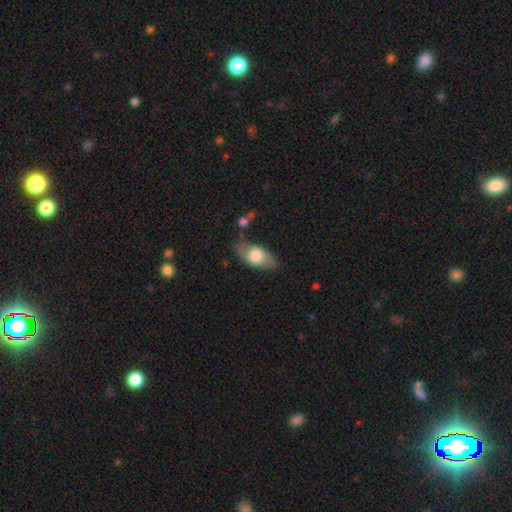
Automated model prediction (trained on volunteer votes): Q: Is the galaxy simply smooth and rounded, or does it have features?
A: smooth — 67%.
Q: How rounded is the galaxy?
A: in between — 89%.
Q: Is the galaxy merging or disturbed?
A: none — 70%.